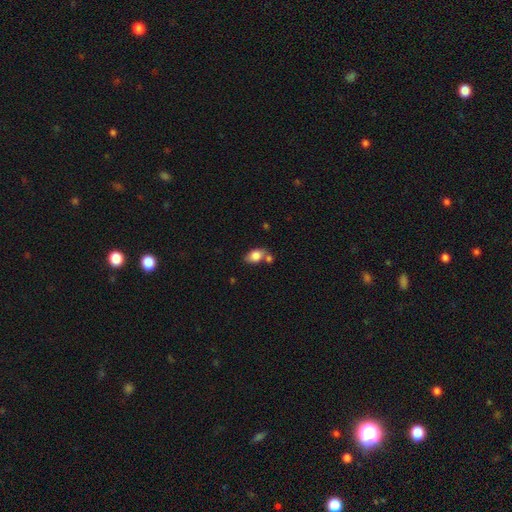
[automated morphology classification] smooth 82%, featured or disk 10%, star or artifact 8%. Down the decision tree: how rounded — in between (83%); merging — none (50%).